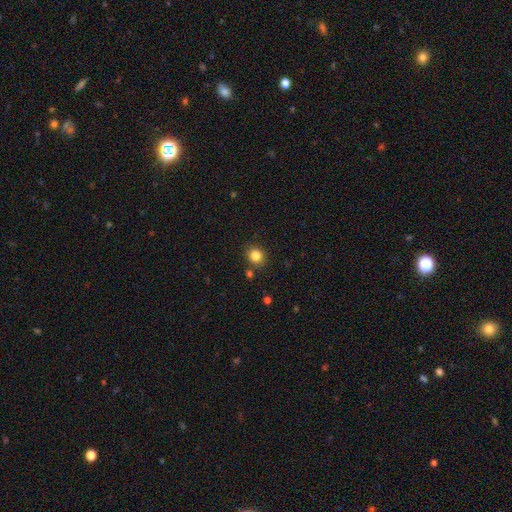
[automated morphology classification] The model was most divided on "how rounded": round: 80%, in between: 19%, cigar-shaped: 1%. More confident: smooth or featured — smooth (83%); merging — none (83%).